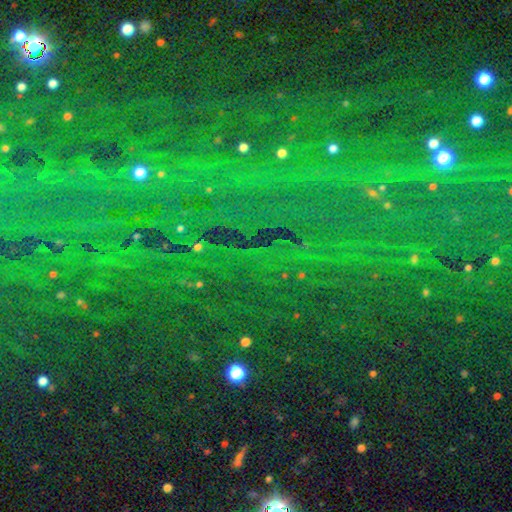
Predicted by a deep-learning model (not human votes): The model was most divided on "smooth or featured": star or artifact: 85%, smooth: 8%, featured or disk: 7%.